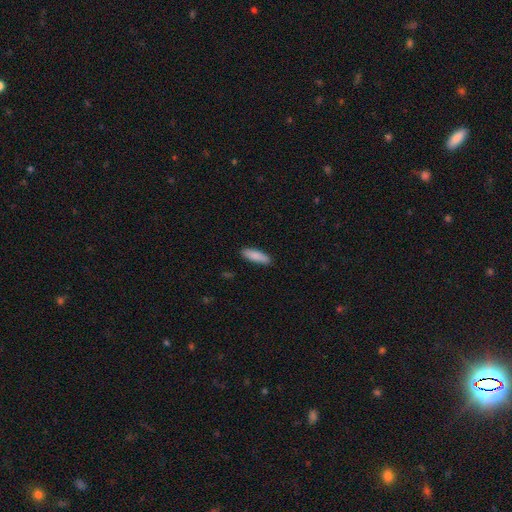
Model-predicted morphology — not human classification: Smooth or featured: smooth — 88% (featured or disk — 6%)
How rounded: cigar-shaped — 53% (in between — 46%)
Merging: none — 89% (minor disturbance — 9%)